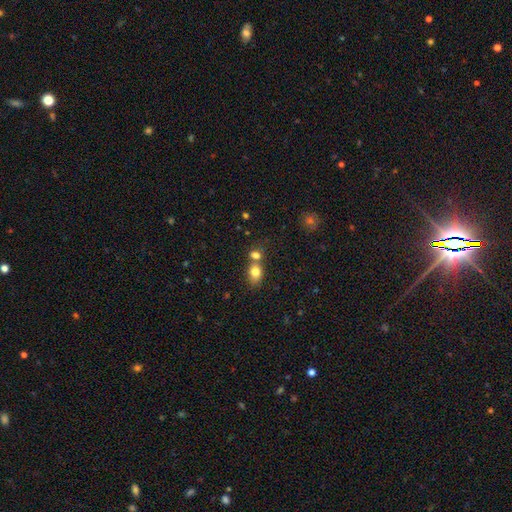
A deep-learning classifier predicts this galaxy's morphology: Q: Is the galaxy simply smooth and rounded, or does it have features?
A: smooth — 78%.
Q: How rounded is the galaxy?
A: in between — 55%.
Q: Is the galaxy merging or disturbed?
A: merger — 47%.